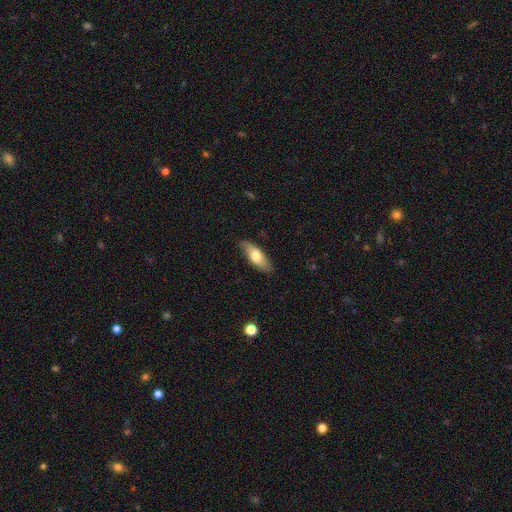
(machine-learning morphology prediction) The model was most divided on "how rounded": in between: 63%, cigar-shaped: 34%, round: 2%. More confident: merging — none (84%); smooth or featured — smooth (67%).